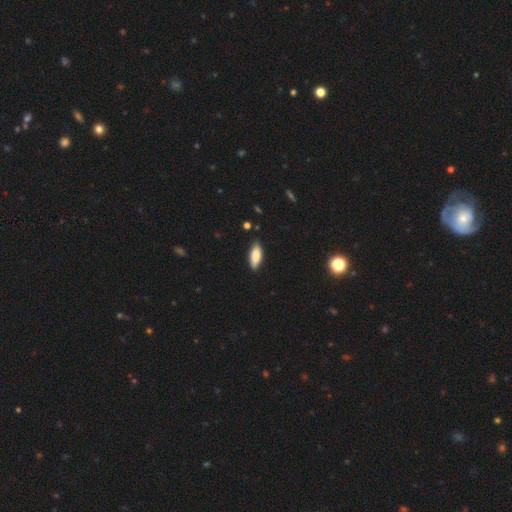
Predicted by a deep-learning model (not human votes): Smooth or featured? smooth (83%)
How rounded? in between (75%)
Merging? none (83%)